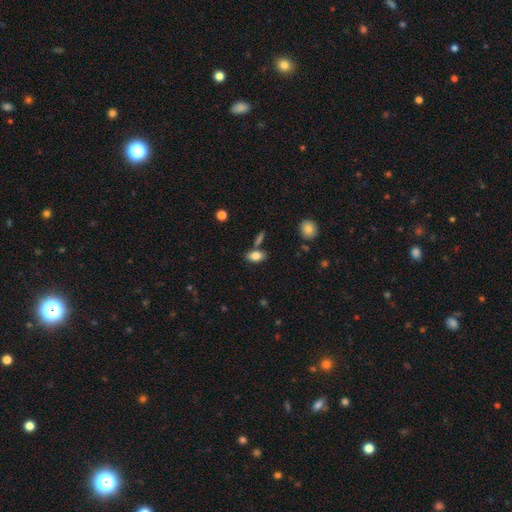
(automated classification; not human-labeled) This appears to be a smooth galaxy with no disk features (82%) that is in between round and cigar-shaped (88%). Merging: none (70%).